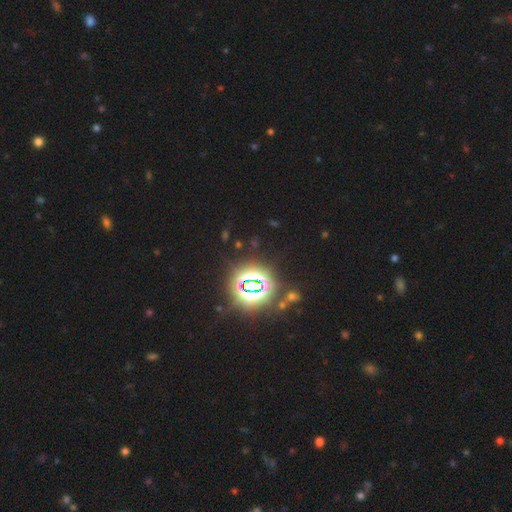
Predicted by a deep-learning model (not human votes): Smooth or featured?
  - star or artifact: 82% *
  - smooth: 13%
  - featured or disk: 5%